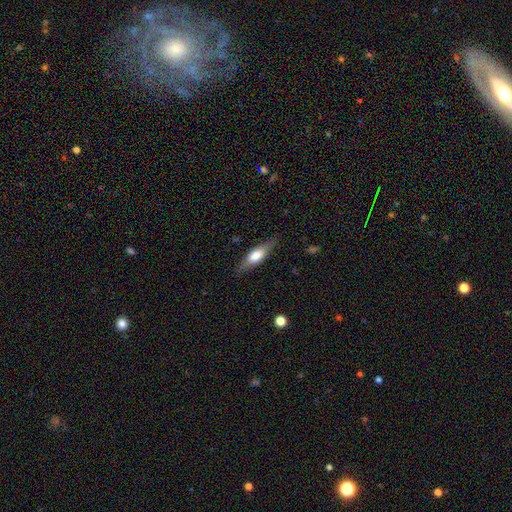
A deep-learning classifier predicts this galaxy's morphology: Smooth or featured: smooth — 51% (featured or disk — 43%)
How rounded: cigar-shaped — 58% (in between — 40%)
Merging: none — 84% (minor disturbance — 12%)